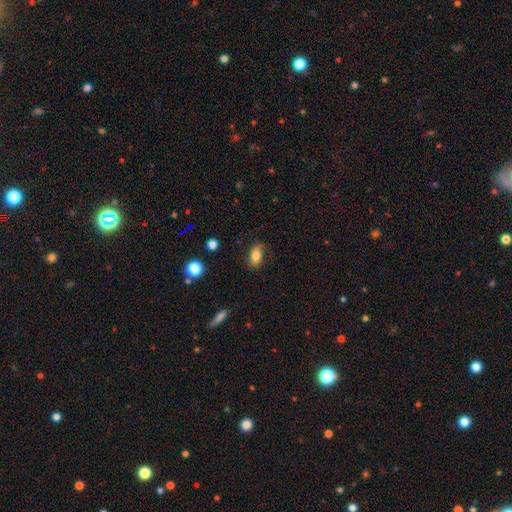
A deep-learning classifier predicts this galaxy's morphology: smooth-or-featured: smooth: 82% | featured or disk: 10% | star or artifact: 9%
  how-rounded: in between: 87% | round: 7% | cigar-shaped: 5%
  merging: none: 79% | minor disturbance: 16% | major disturbance: 4% | merger: 1%